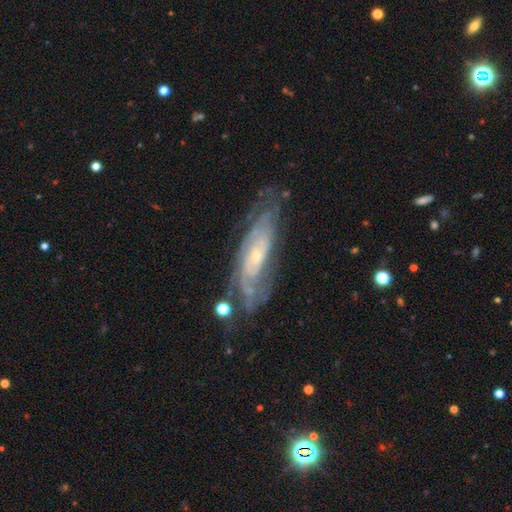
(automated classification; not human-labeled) smooth-or-featured: featured or disk: 83% | smooth: 11% | star or artifact: 7%
  disk-edge-on: no: 82% | yes: 18%
    bar: no: 66% | weak: 27% | strong: 7%
    has-spiral-arms: yes: 91% | no: 9%
      spiral-winding: tight: 65% | medium: 27% | loose: 8%
      spiral-arm-count: can't tell: 51% | 2: 21% | 3: 12% | 4: 8% | more than 4: 5% | 1: 4%
    bulge-size: small: 71% | moderate: 25% | none: 2% | large: 1% | dominant: 1%
  merging: none: 68% | minor disturbance: 20% | major disturbance: 9% | merger: 3%